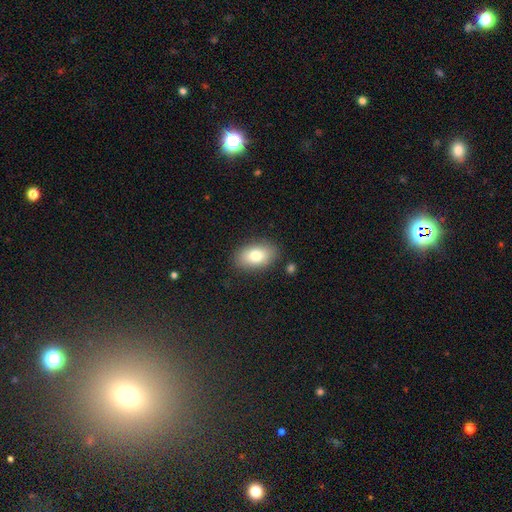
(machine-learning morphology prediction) A smooth galaxy with no disk features (78%) that is in between round and cigar-shaped (90%). Merging: none (84%).